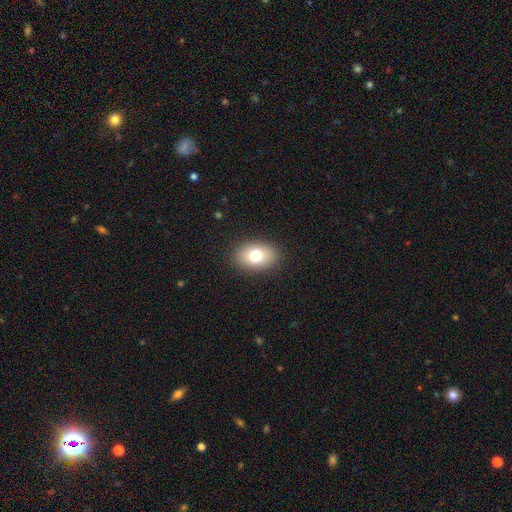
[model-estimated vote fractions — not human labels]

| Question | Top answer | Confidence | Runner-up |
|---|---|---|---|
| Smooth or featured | smooth | 75% | featured or disk (15%) |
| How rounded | in between | 81% | round (18%) |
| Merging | none | 88% | minor disturbance (8%) |